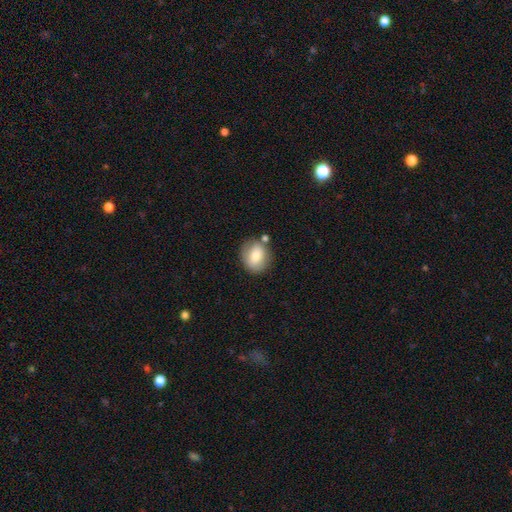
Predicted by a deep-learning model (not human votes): This is likely a smooth galaxy (73%). How rounded: possibly round (58%). Merging: likely none (69%).